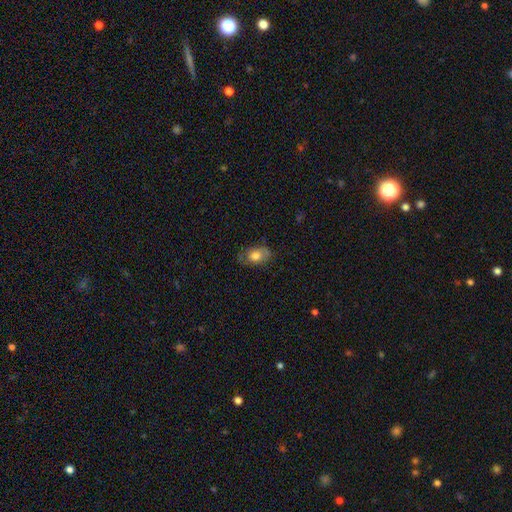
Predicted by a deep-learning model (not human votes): Overall: smooth (71%). How rounded: in between (85%). Merging: none (65%; minor disturbance 25%).